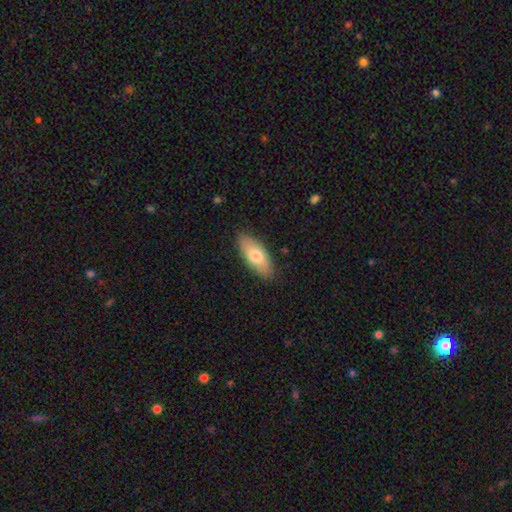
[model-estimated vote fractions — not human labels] Morphology: type=smooth (72%); roundness=in between (83%); merging=none (86%).